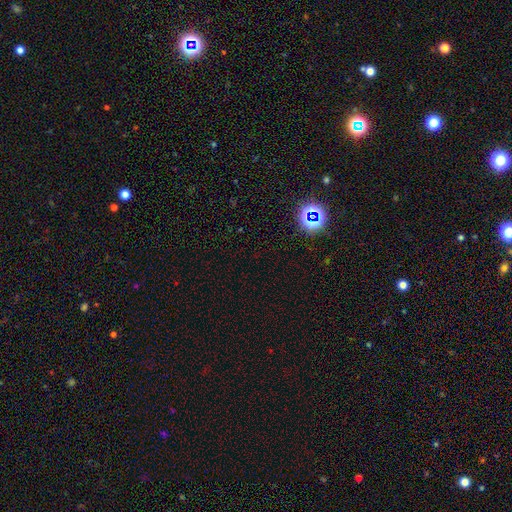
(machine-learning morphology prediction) Smooth or featured? Predicted: star or artifact (p=0.73).